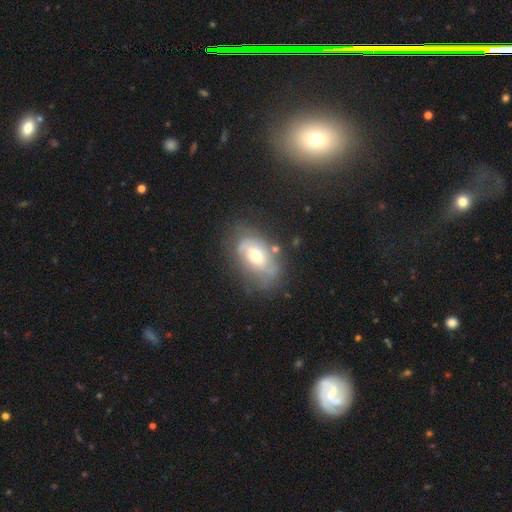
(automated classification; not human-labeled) featured or disk 58%, smooth 34%, star or artifact 8%. Down the decision tree: edge-on disk — no (93%); bar — no (71%); spiral arms — yes (62%); bulge size — moderate (61%); merging — none (55%).